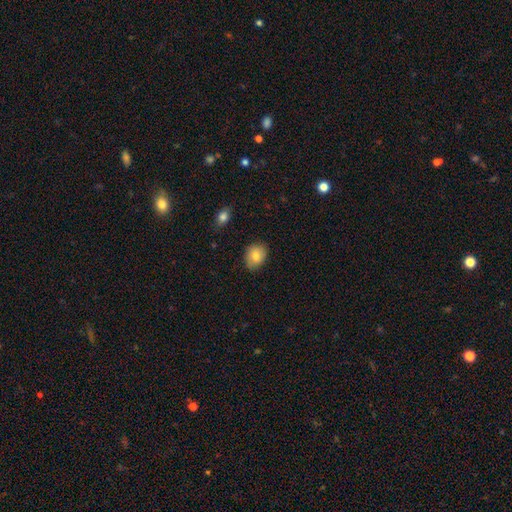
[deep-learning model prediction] Morphology: type=smooth (80%); roundness=in between (57%); merging=none (82%).